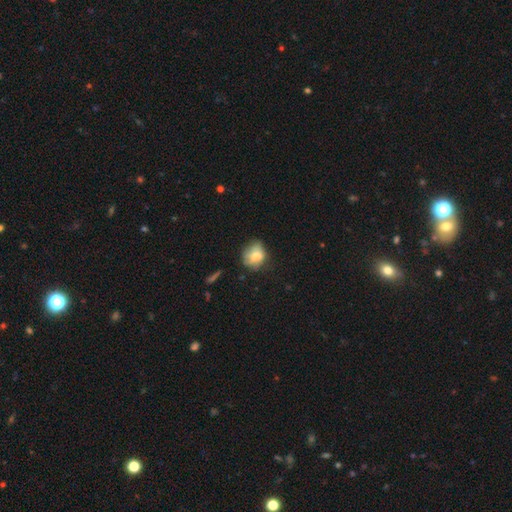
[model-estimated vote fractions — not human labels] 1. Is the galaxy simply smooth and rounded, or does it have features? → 72% smooth, 19% featured or disk, 10% star or artifact.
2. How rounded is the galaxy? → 61% round, 38% in between, 1% cigar-shaped.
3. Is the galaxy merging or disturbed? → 54% none, 32% minor disturbance, 11% major disturbance, 3% merger.